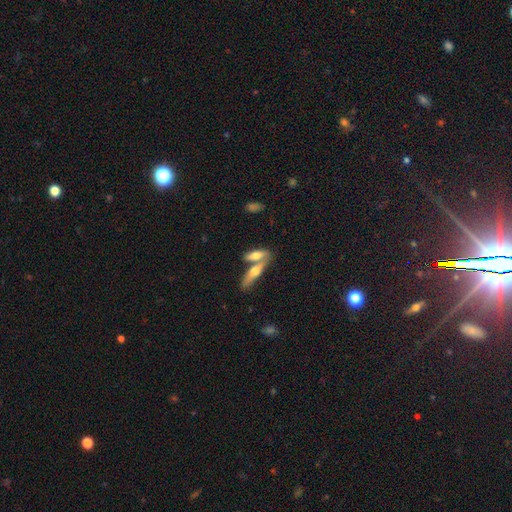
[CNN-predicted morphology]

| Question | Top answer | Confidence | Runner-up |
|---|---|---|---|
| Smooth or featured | smooth | 58% | featured or disk (35%) |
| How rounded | in between | 51% | cigar-shaped (46%) |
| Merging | merger | 54% | none (35%) |